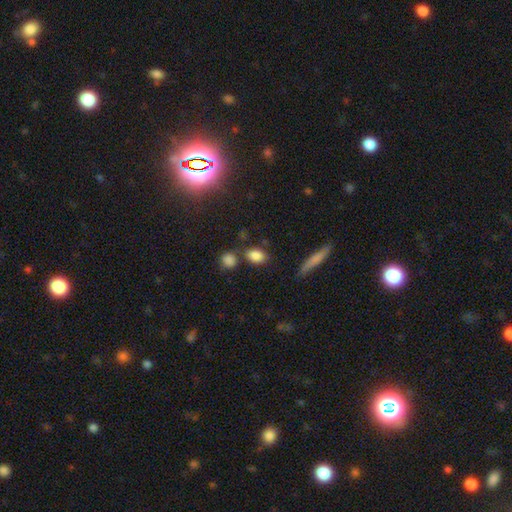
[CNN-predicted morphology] Smooth or featured: smooth — 84% (star or artifact — 9%)
How rounded: in between — 76% (round — 21%)
Merging: none — 69% (minor disturbance — 13%)